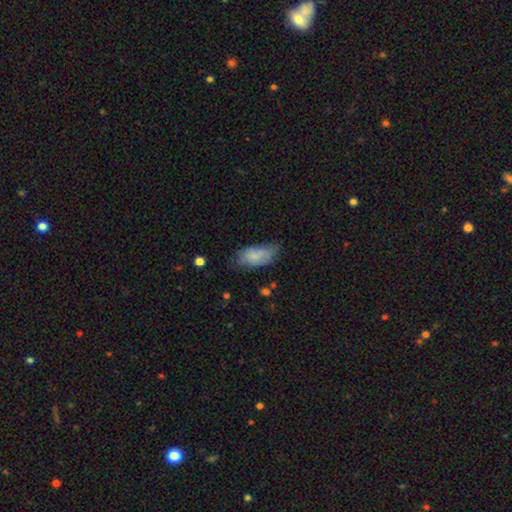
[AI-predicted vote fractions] This appears to be a smooth galaxy with no disk features (79%) that is in between round and cigar-shaped (91%). Merging: none (52%).